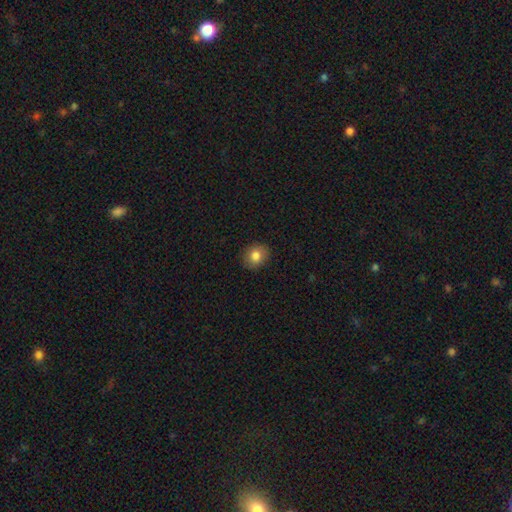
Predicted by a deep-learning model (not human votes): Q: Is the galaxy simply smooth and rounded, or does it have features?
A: smooth — 83%.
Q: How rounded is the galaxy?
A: round — 67%.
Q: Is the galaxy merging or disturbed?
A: none — 89%.